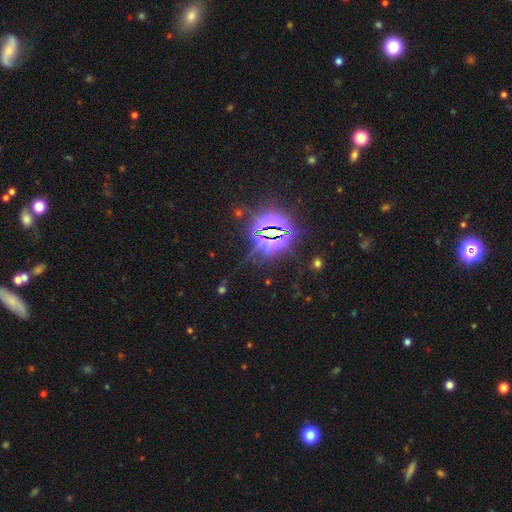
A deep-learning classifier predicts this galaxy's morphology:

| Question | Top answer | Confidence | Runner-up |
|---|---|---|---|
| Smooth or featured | star or artifact | 81% | smooth (12%) |